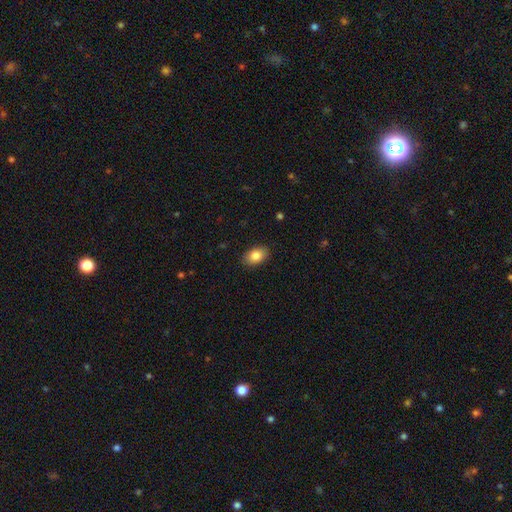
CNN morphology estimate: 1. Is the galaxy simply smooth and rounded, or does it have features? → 85% smooth, 7% star or artifact, 7% featured or disk.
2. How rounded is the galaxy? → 88% in between, 10% round, 1% cigar-shaped.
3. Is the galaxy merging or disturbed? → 89% none, 8% minor disturbance, 2% major disturbance, 1% merger.